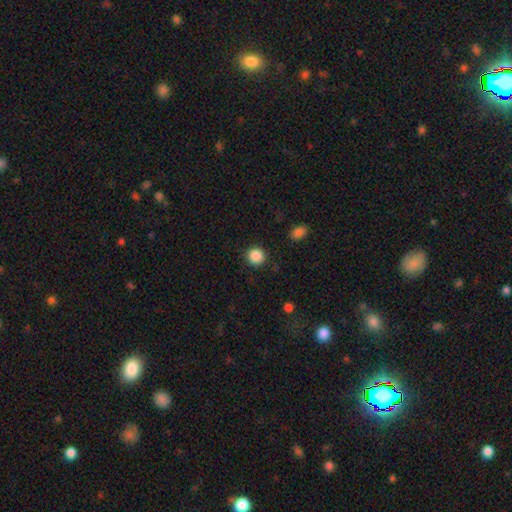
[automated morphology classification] A smooth galaxy with no disk features (87%) that is round (93%). Merging: none (91%).